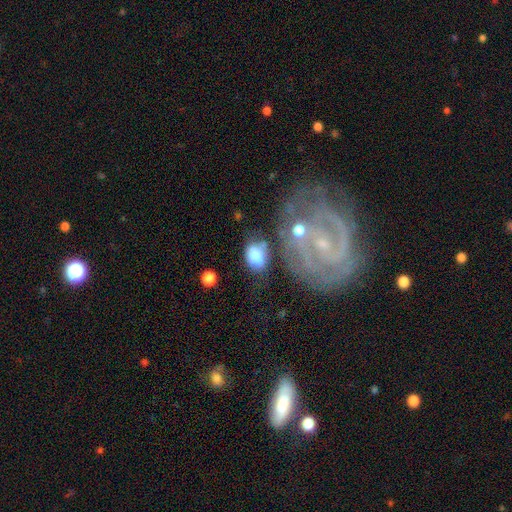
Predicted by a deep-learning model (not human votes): A smooth galaxy with no disk features (70%) that is in between round and cigar-shaped (81%). Merging: none (42%).